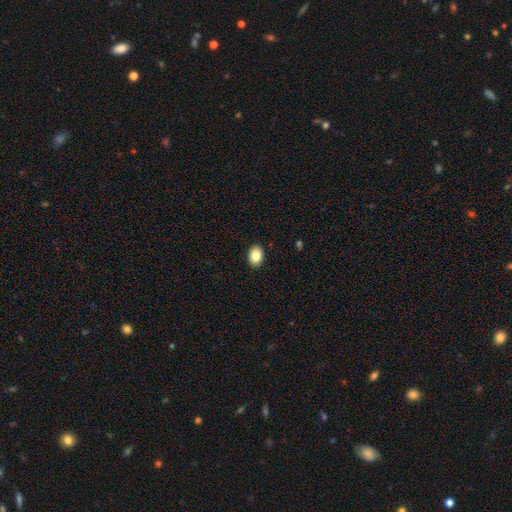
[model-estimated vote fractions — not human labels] A smooth galaxy with no disk features (85%) that is in between round and cigar-shaped (76%).

Vote fractions:
- Smooth or featured? smooth: 85% / star or artifact: 8% / featured or disk: 7%
- How rounded? in between: 76% / round: 23% / cigar-shaped: 1%
- Merging? none: 90% / minor disturbance: 7% / major disturbance: 2% / merger: 1%